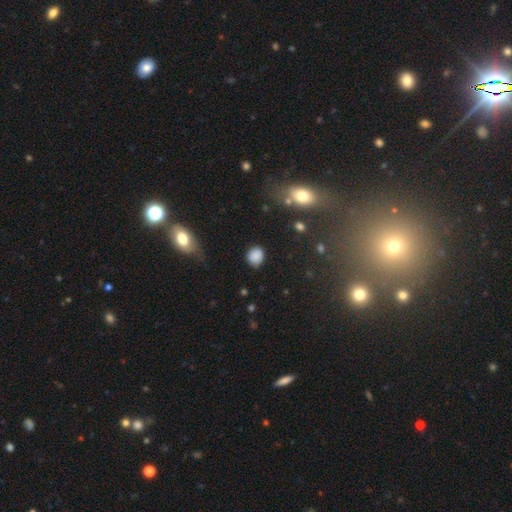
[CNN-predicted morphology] Overall: smooth (84%). How rounded: round (71%). Merging: none (81%).